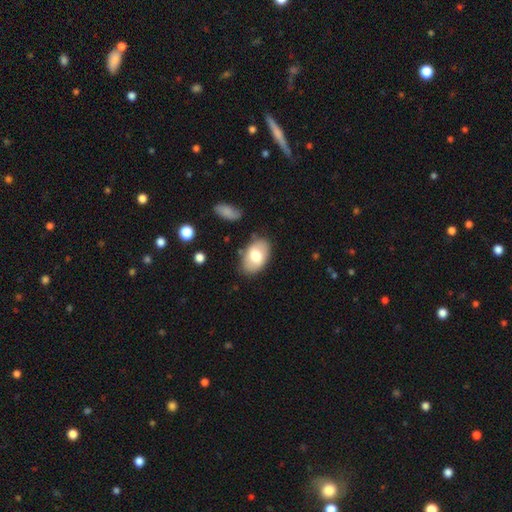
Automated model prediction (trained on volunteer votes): smooth_or_featured: smooth (p=0.69) [alt: featured or disk p=0.24]
how_rounded: in between (p=0.90) [alt: round p=0.09]
merging: none (p=0.79) [alt: minor disturbance p=0.15]